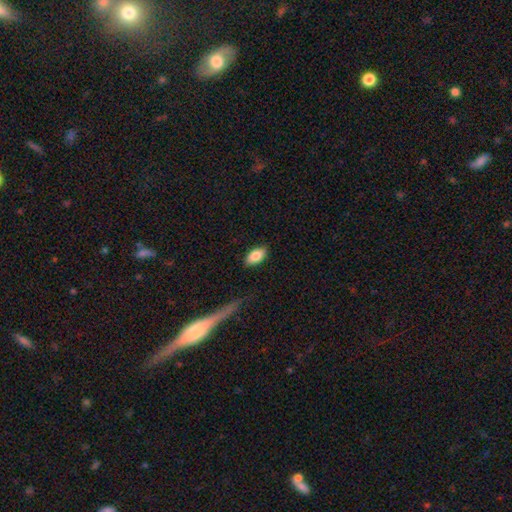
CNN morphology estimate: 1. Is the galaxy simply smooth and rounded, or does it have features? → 81% smooth, 12% featured or disk, 7% star or artifact.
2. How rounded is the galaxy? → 91% in between, 6% cigar-shaped, 3% round.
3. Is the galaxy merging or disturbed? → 86% none, 10% minor disturbance, 2% major disturbance, 1% merger.